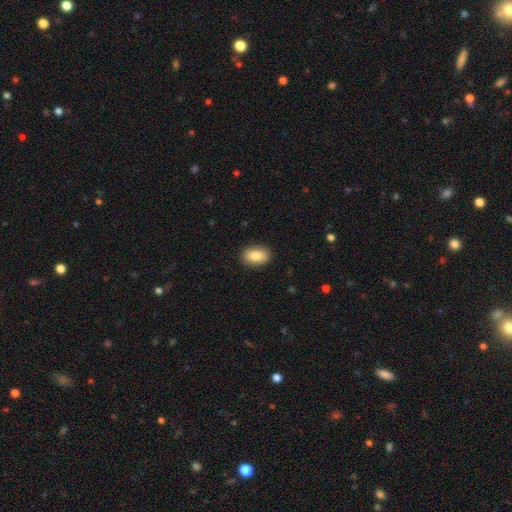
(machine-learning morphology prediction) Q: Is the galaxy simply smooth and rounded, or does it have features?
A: smooth — 84%.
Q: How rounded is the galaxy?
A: in between — 87%.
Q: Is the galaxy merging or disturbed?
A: none — 89%.